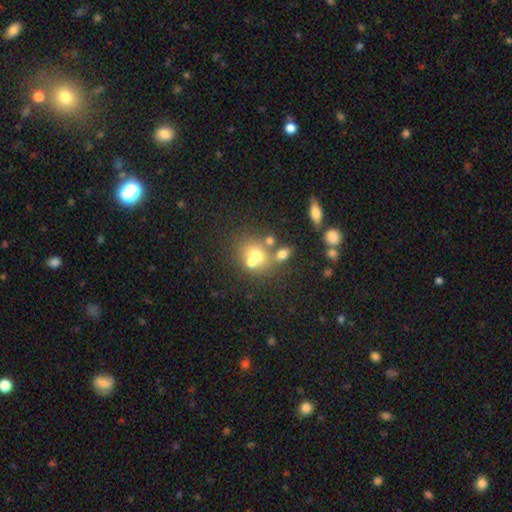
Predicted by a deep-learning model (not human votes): A smooth galaxy with no disk features (63%) that is round (68%). Merging: merger (45%).